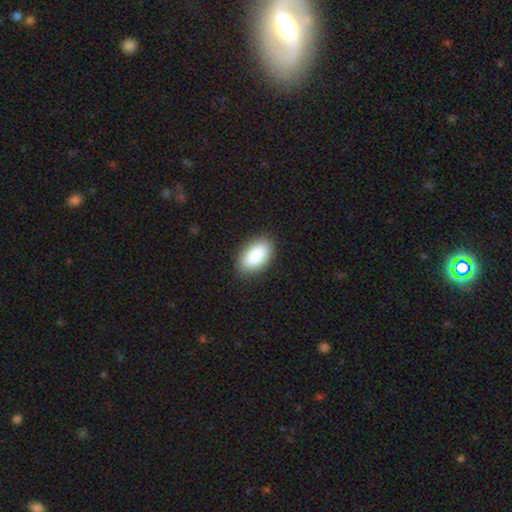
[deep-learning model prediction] The model was most divided on "merging": none: 88%, minor disturbance: 9%, major disturbance: 2%, merger: 1%. More confident: how rounded — in between (94%); smooth or featured — smooth (87%).